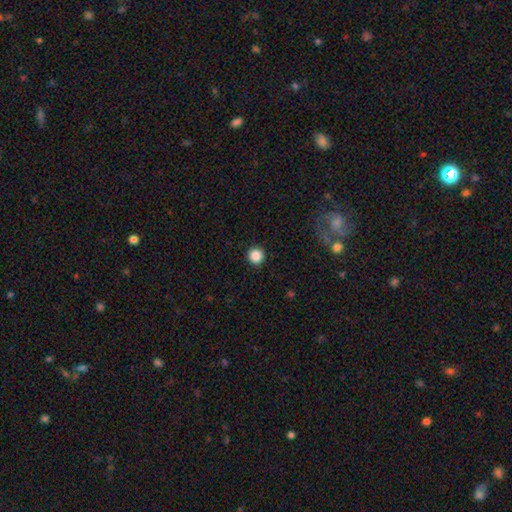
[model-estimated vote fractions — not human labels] Smooth or featured? smooth (87%)
How rounded? round (95%)
Merging? none (92%)